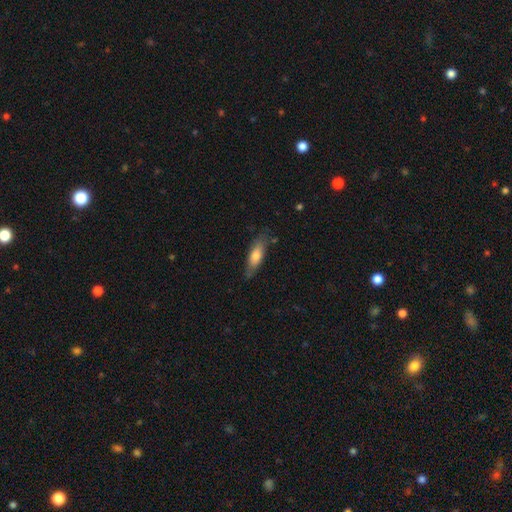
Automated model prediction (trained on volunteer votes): Smooth or featured: smooth — 70% (featured or disk — 24%)
How rounded: in between — 54% (cigar-shaped — 44%)
Merging: none — 74% (minor disturbance — 20%)